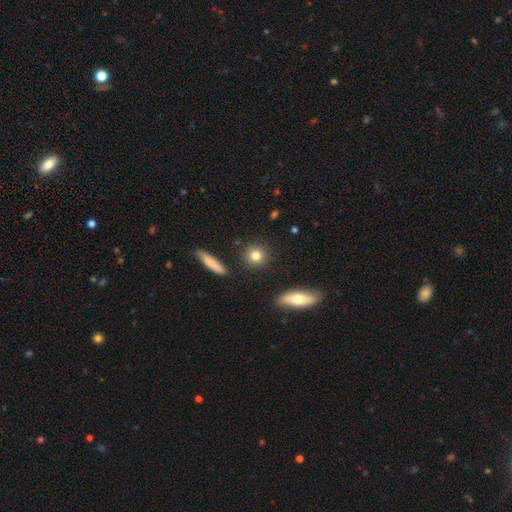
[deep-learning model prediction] A smooth galaxy with no disk features (82%) that is round (84%). Merging: none (89%).